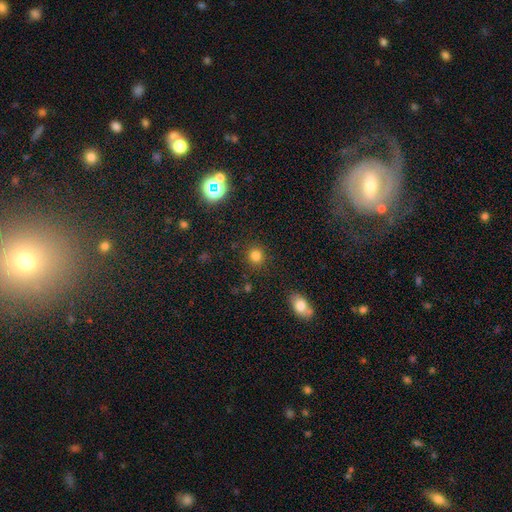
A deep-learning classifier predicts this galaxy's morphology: Smooth or featured?
  - smooth: 81% *
  - star or artifact: 14%
  - featured or disk: 5%
How rounded?
  - round: 87% *
  - in between: 12%
  - cigar-shaped: 1%
Merging?
  - none: 88% *
  - minor disturbance: 7%
  - major disturbance: 3%
  - merger: 2%